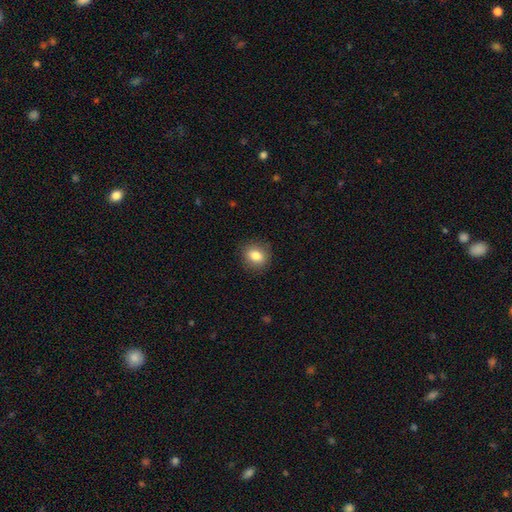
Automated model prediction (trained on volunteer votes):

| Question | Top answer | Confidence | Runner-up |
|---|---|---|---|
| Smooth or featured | smooth | 82% | star or artifact (9%) |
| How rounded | round | 62% | in between (37%) |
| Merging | none | 87% | minor disturbance (10%) |